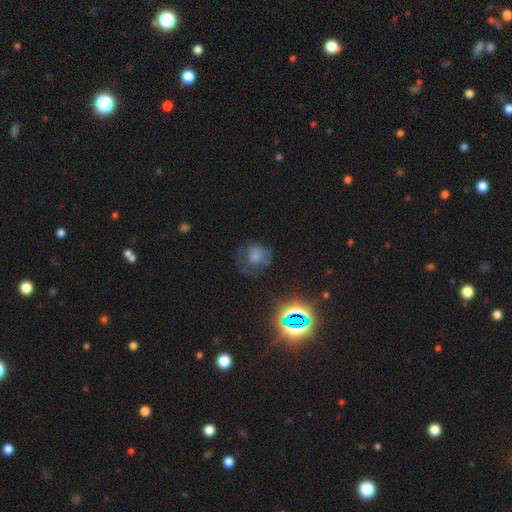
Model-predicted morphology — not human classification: This is possibly a smooth galaxy (52%). How rounded: likely round (69%). Merging: possibly none (49%).